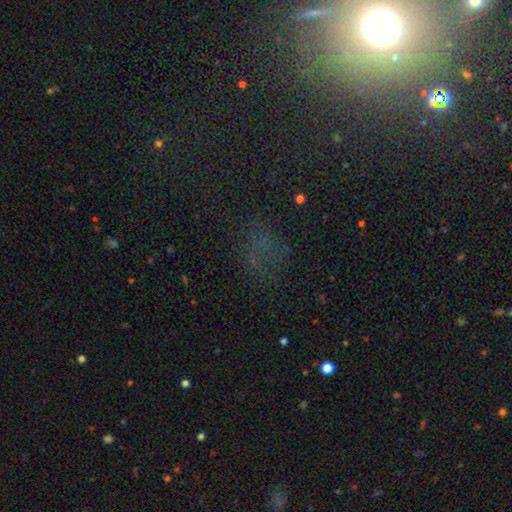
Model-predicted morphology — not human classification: Q: Smooth or featured?
A: star or artifact (57%); runner-up: smooth (26%)